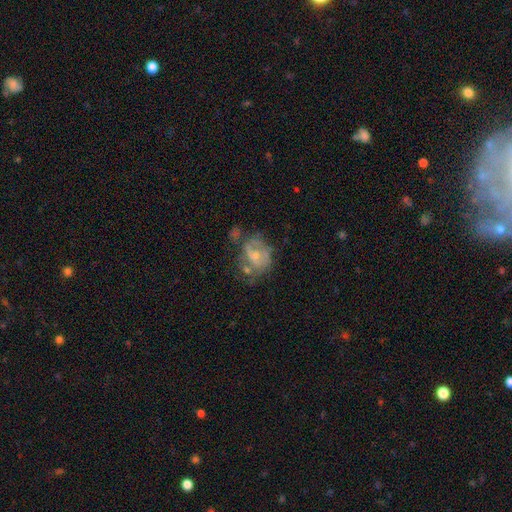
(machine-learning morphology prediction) Smooth or featured?
  - featured or disk: 64% *
  - smooth: 27%
  - star or artifact: 9%
Edge-on disk?
  - no: 98% *
  - yes: 2%
Bar?
  - no: 66% *
  - weak: 29%
  - strong: 5%
Spiral arms?
  - yes: 58% *
  - no: 42%
Bulge size?
  - small: 52% *
  - moderate: 36%
  - none: 9%
  - large: 3%
  - dominant: 1%
Merging?
  - none: 34% *
  - major disturbance: 26%
  - minor disturbance: 24%
  - merger: 16%